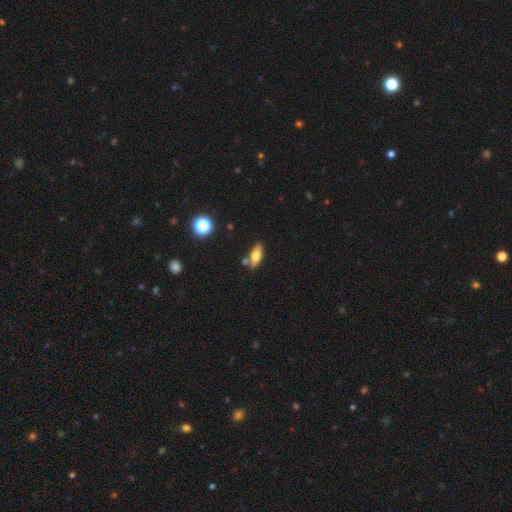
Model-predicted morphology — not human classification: type=smooth (68%); roundness=in between (72%); merging=none (72%).